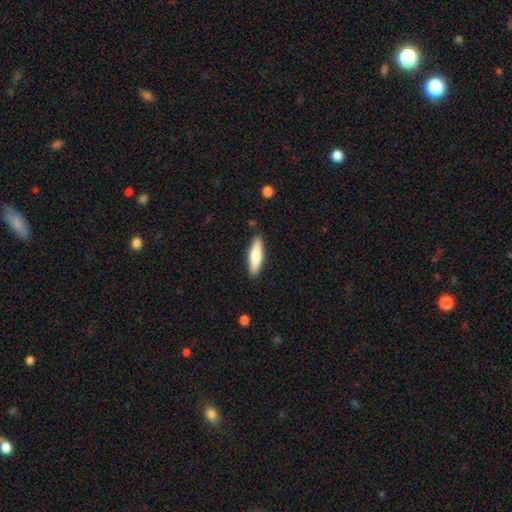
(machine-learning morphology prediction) Smooth or featured? Predicted: smooth (p=0.69). How rounded? Predicted: cigar-shaped (p=0.66). Merging? Predicted: none (p=0.88).